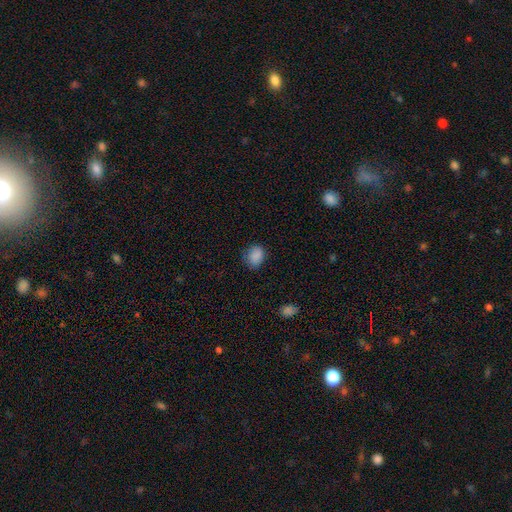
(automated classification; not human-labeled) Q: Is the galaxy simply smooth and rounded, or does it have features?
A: smooth — 87%.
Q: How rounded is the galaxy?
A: round — 56%.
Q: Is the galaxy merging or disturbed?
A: none — 72%.